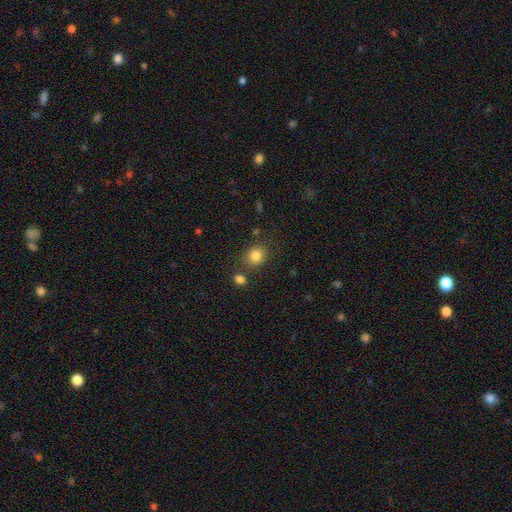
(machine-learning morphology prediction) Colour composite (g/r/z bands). It shows a smooth galaxy with no disk features (83%) that is round (73%). Merging: none (76%).